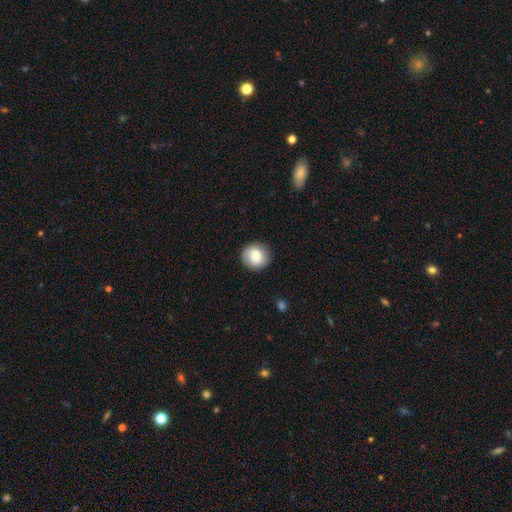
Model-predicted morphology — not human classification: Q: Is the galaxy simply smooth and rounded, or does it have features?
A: smooth — 78%.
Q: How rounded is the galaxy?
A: round — 90%.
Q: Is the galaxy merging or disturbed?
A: none — 87%.